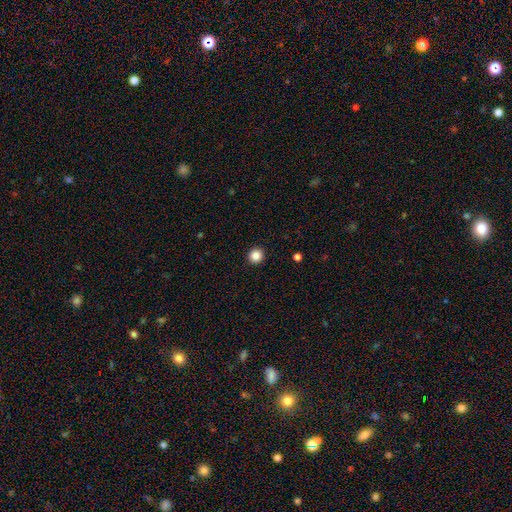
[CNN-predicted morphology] smooth-or-featured: smooth: 86% | star or artifact: 10% | featured or disk: 3%
  how-rounded: round: 95% | in between: 4% | cigar-shaped: 1%
  merging: none: 93% | minor disturbance: 4% | major disturbance: 2% | merger: 1%